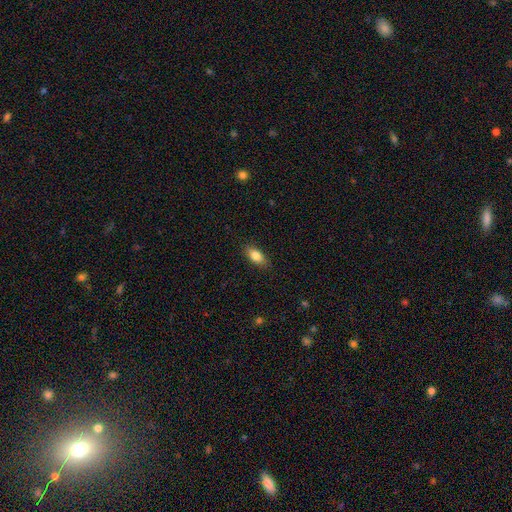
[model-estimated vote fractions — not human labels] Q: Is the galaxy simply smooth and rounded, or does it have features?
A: smooth — 83%.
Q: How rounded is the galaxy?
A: in between — 87%.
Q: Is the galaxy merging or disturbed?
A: none — 86%.